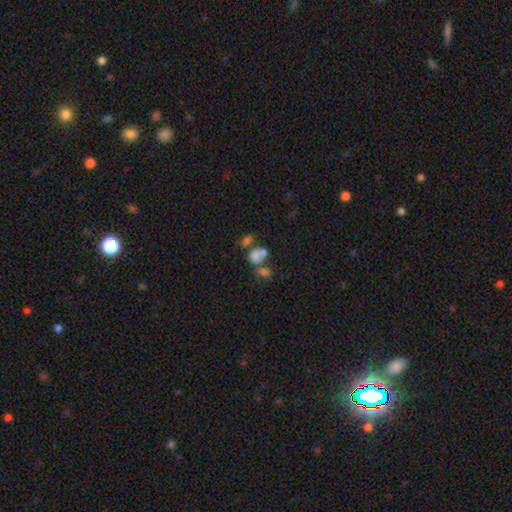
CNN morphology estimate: This is likely a smooth galaxy (66%). How rounded: likely in between (64%). Merging: possibly merger (55%).